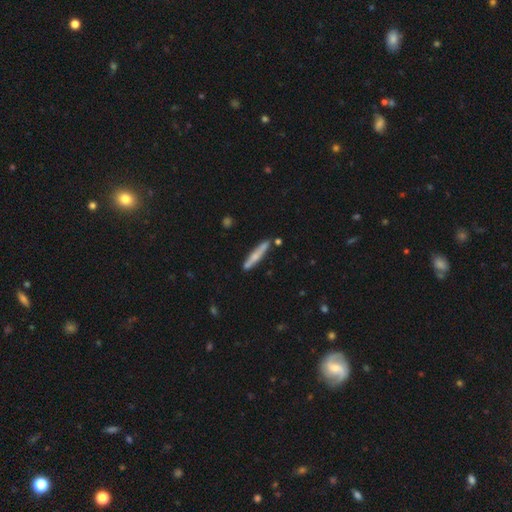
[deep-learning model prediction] The model was most divided on "smooth or featured": smooth: 56%, featured or disk: 39%, star or artifact: 6%. More confident: how rounded — cigar-shaped (93%); merging — none (80%).